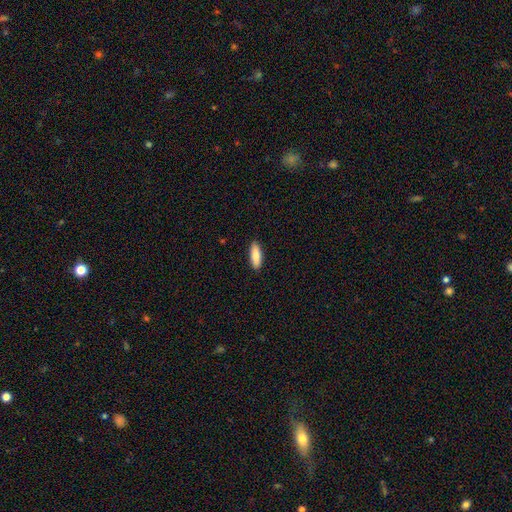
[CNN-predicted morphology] Overall: smooth (88%). How rounded: in between (62%; cigar-shaped 37%). Merging: none (90%).